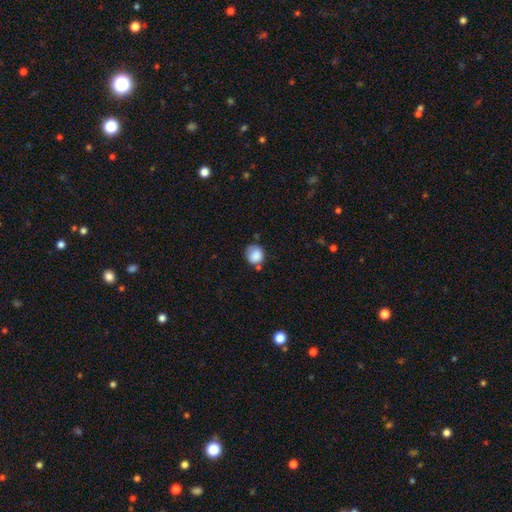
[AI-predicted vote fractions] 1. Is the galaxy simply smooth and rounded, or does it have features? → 84% smooth, 9% star or artifact, 7% featured or disk.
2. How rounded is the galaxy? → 81% round, 18% in between, 1% cigar-shaped.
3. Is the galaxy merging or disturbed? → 57% none, 26% minor disturbance, 9% merger, 8% major disturbance.